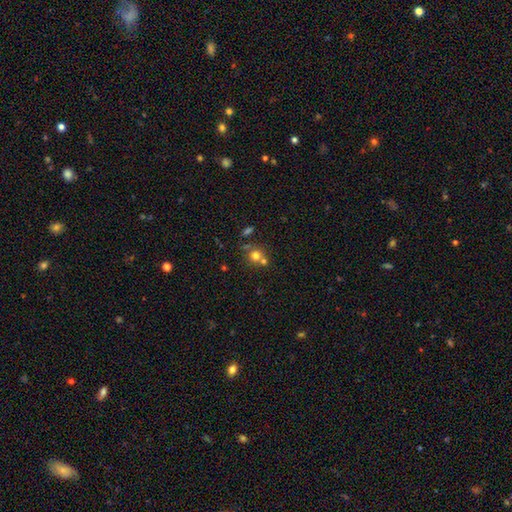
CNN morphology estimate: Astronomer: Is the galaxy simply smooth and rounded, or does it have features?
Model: smooth — 71%.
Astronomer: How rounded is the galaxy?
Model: round — 87%.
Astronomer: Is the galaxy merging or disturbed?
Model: none — 51% (runner-up: merger, 38%).